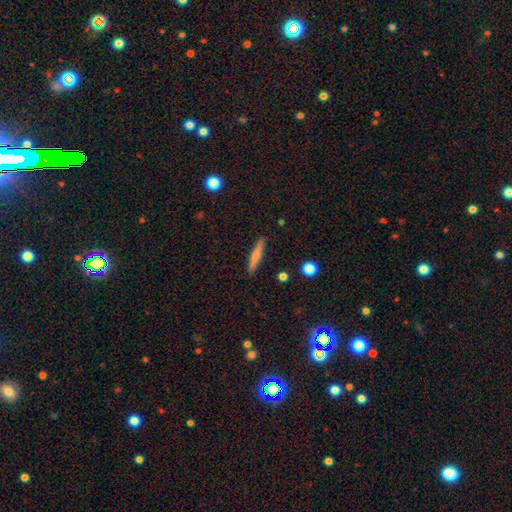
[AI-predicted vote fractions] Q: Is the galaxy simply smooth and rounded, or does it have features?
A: smooth — 67%.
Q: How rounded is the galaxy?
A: cigar-shaped — 92%.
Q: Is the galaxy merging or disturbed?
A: none — 89%.